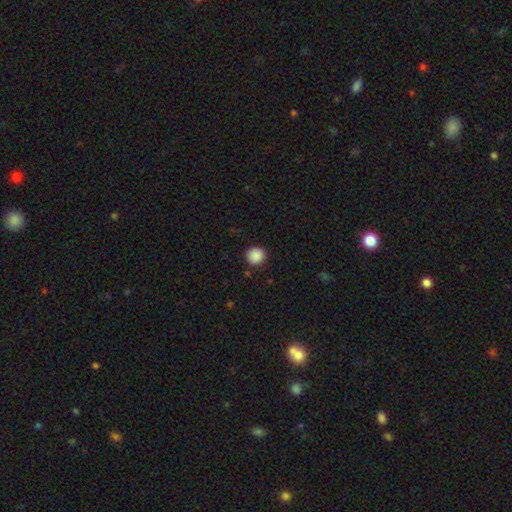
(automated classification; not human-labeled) Smooth or featured: smooth — 89% (star or artifact — 9%)
How rounded: round — 95% (in between — 4%)
Merging: none — 91% (minor disturbance — 6%)